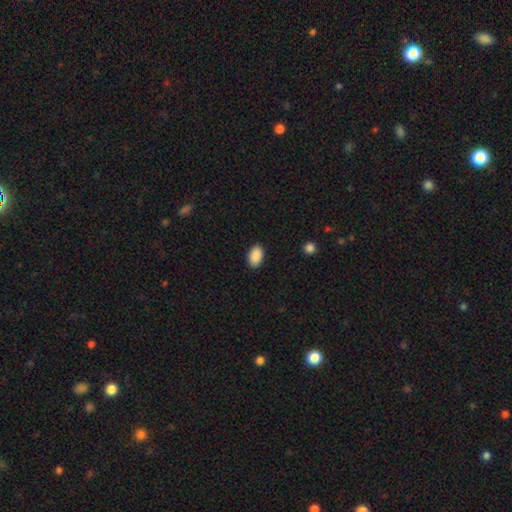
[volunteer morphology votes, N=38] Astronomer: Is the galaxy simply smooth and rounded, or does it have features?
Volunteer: smooth — 97%.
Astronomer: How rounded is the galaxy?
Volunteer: in between — 86%.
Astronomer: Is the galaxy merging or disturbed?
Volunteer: none — 84%.